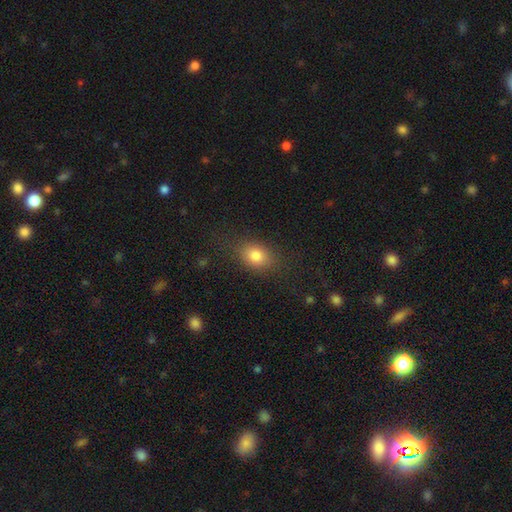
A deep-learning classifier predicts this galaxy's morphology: This appears to be a smooth galaxy with no disk features (81%) that is in between round and cigar-shaped (66%). Merging: none (78%).